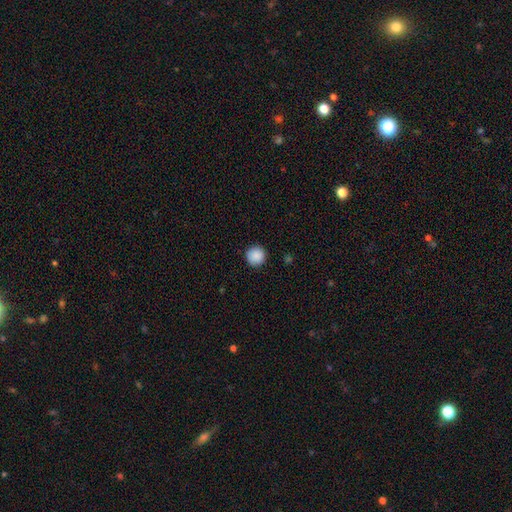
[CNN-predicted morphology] type=smooth (89%); roundness=round (94%); merging=none (90%).